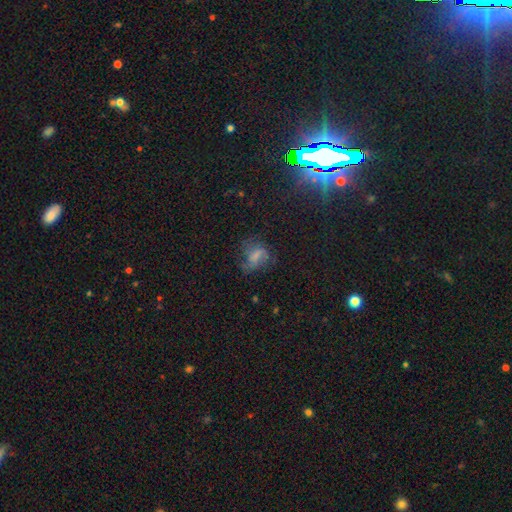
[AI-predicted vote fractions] Smooth or featured?
  - smooth: 44% *
  - featured or disk: 38%
  - star or artifact: 18%
Merging?
  - none: 43% *
  - major disturbance: 30%
  - minor disturbance: 24%
  - merger: 3%